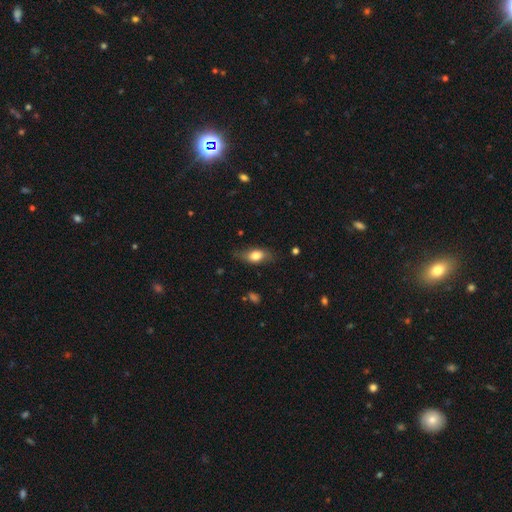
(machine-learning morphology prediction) Overall: smooth (73%). How rounded: in between (82%). Merging: none (72%).